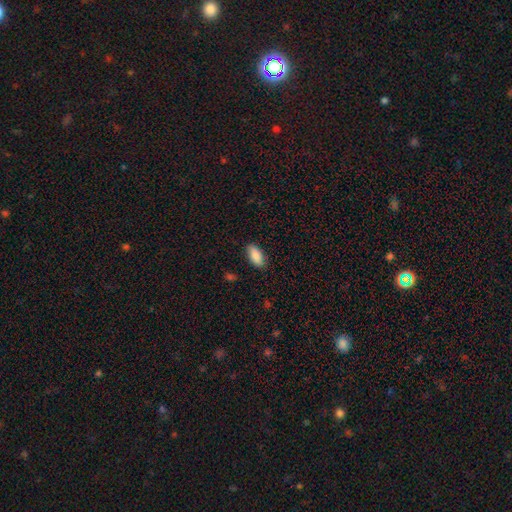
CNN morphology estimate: smooth 87%, star or artifact 6%, featured or disk 6%. Down the decision tree: how rounded — in between (90%); merging — none (85%).